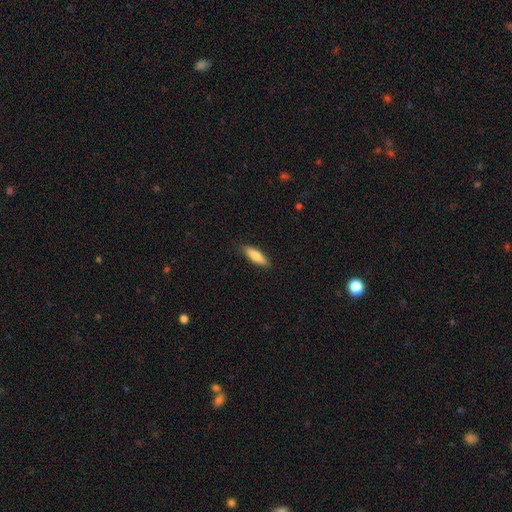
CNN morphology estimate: A smooth galaxy with no disk features (81%) that is cigar-shaped (50%). Merging: none (85%).